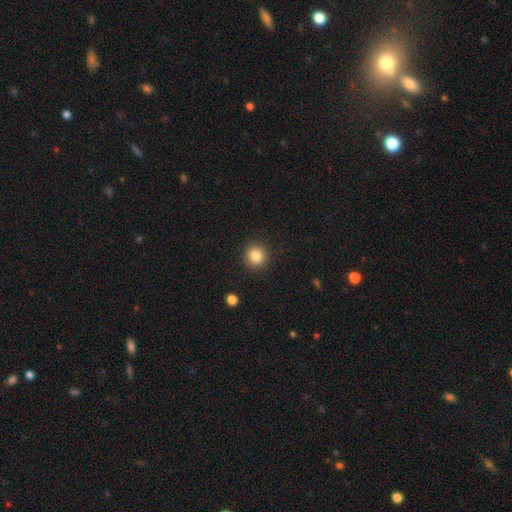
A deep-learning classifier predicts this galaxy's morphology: The model was most divided on "smooth or featured": smooth: 85%, star or artifact: 10%, featured or disk: 5%. More confident: how rounded — round (92%); merging — none (91%).